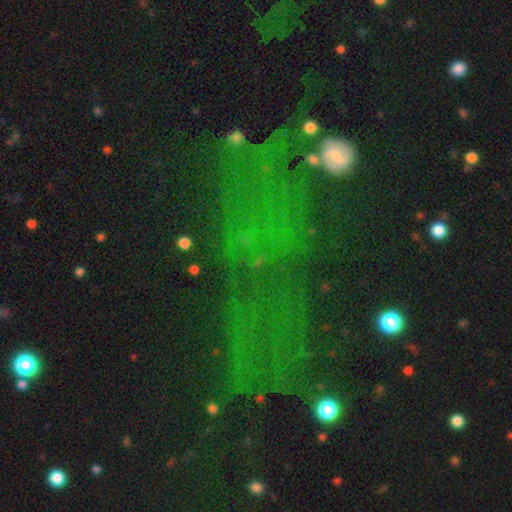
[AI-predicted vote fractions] smooth-or-featured: star or artifact: 57% | smooth: 24% | featured or disk: 19%